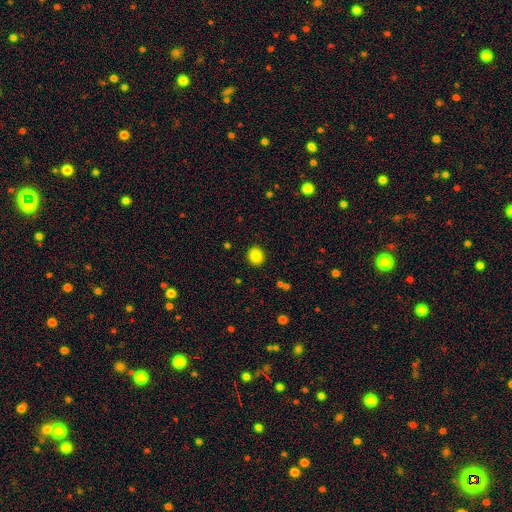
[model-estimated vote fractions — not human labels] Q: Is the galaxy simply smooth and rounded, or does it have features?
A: smooth — 86%.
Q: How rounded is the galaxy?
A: round — 78%.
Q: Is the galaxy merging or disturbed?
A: none — 90%.